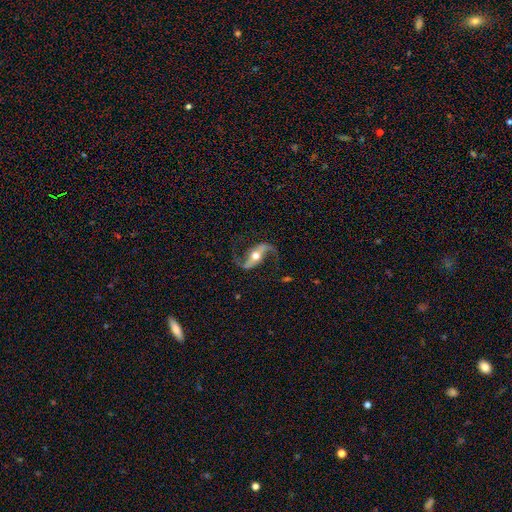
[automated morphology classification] Q: Smooth or featured?
A: featured or disk (91%); runner-up: smooth (5%)
Q: Edge-on disk?
A: no (94%); runner-up: yes (6%)
Q: Bar?
A: strong (44%); runner-up: no (29%)
Q: Spiral arms?
A: yes (97%); runner-up: no (3%)
Q: Spiral winding?
A: loose (74%); runner-up: medium (21%)
Q: Spiral arm count?
A: 2 (94%); runner-up: 1 (2%)
Q: Bulge size?
A: moderate (73%); runner-up: small (15%)
Q: Merging?
A: none (80%); runner-up: minor disturbance (11%)